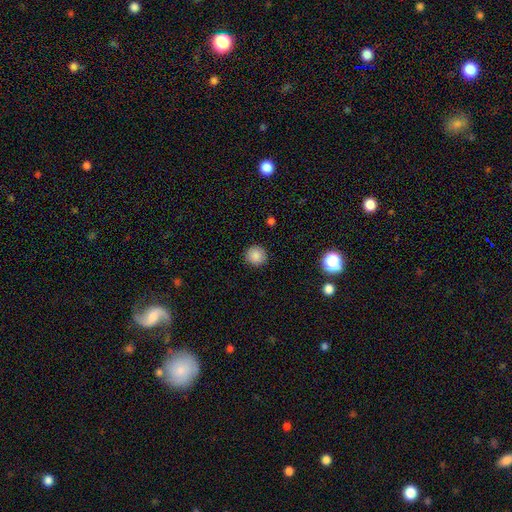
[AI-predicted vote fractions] smooth-or-featured: smooth: 86% | star or artifact: 10% | featured or disk: 4%
  how-rounded: round: 93% | in between: 6% | cigar-shaped: 1%
  merging: none: 90% | minor disturbance: 7% | major disturbance: 2% | merger: 1%